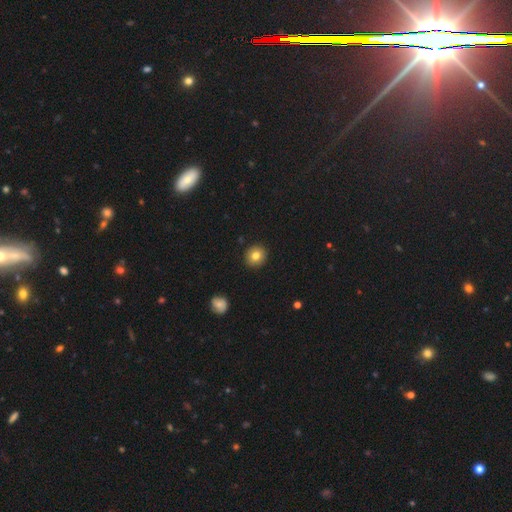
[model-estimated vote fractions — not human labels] A smooth galaxy with no disk features (81%) that is round (89%).

Vote fractions:
- Smooth or featured? smooth: 81% / star or artifact: 10% / featured or disk: 9%
- How rounded? round: 89% / in between: 10% / cigar-shaped: 1%
- Merging? none: 92% / minor disturbance: 6% / major disturbance: 2% / merger: 1%